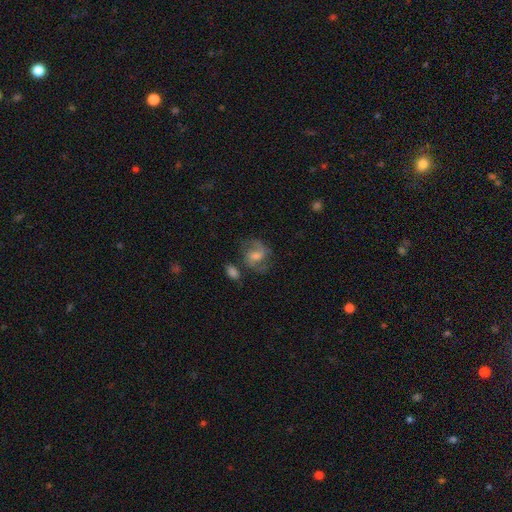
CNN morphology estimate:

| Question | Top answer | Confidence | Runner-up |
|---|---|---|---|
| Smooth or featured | featured or disk | 72% | smooth (18%) |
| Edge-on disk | no | 97% | yes (3%) |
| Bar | weak | 49% | no (36%) |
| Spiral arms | yes | 92% | no (8%) |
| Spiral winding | medium | 55% | loose (28%) |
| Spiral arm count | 2 | 86% | can't tell (6%) |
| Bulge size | moderate | 47% | small (34%) |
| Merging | none | 67% | minor disturbance (16%) |